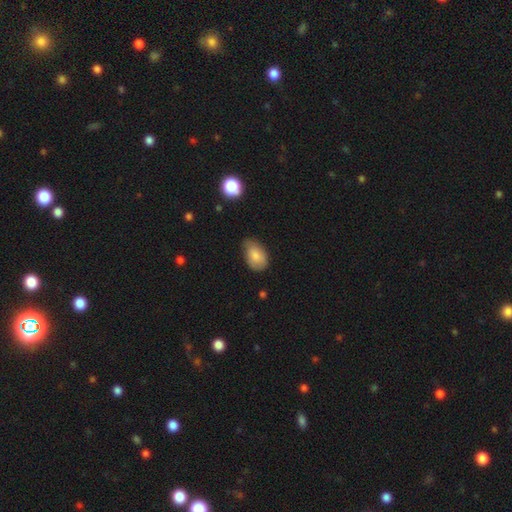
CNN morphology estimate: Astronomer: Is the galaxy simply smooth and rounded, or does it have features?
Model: smooth — 80%.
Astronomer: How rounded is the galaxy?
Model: in between — 89%.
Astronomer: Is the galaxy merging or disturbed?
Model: none — 56% (runner-up: minor disturbance, 36%).